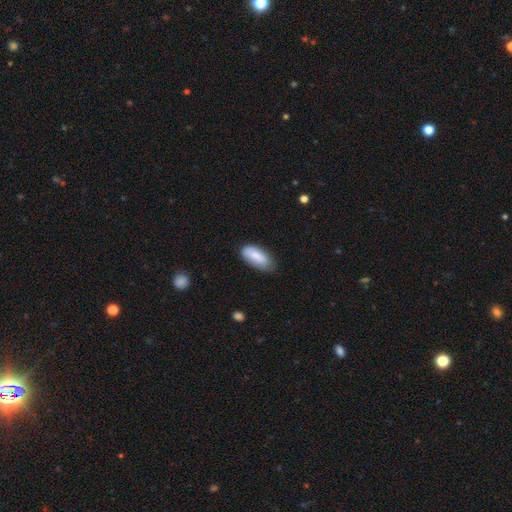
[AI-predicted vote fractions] This is clearly a smooth galaxy (84%). How rounded: clearly in between (88%). Merging: likely none (63%).